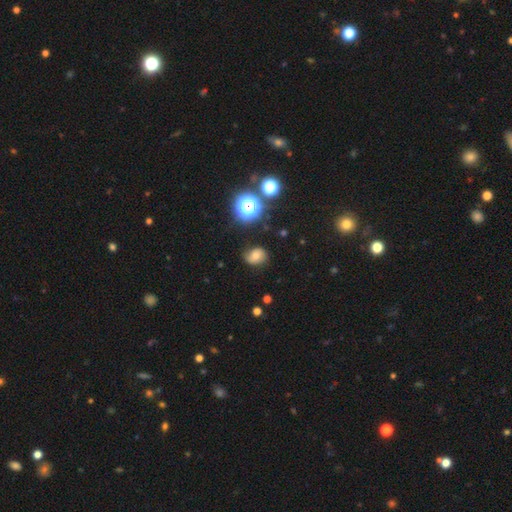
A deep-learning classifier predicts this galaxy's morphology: smooth-or-featured: smooth: 64% | featured or disk: 19% | star or artifact: 18%
  how-rounded: in between: 50% | round: 48% | cigar-shaped: 1%
  merging: none: 74% | minor disturbance: 18% | major disturbance: 5% | merger: 2%